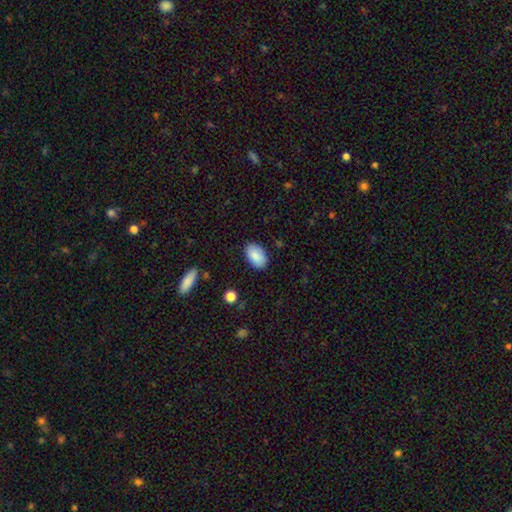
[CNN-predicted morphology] smooth_or_featured: smooth (p=0.88) [alt: star or artifact p=0.06]
how_rounded: in between (p=0.93) [alt: round p=0.06]
merging: none (p=0.86) [alt: minor disturbance p=0.11]